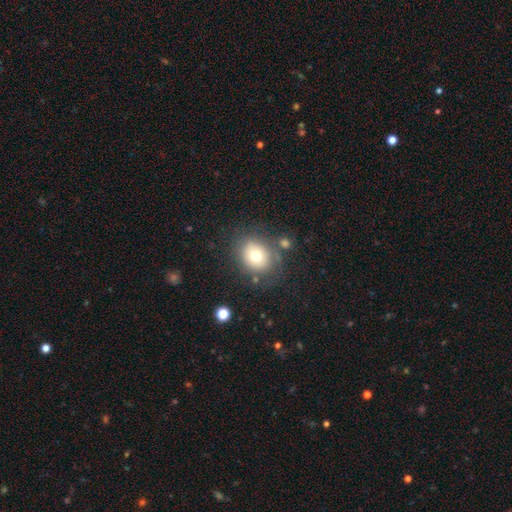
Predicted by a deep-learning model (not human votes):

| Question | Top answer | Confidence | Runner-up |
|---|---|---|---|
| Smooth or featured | smooth | 72% | featured or disk (16%) |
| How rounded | round | 65% | in between (34%) |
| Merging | none | 71% | minor disturbance (15%) |